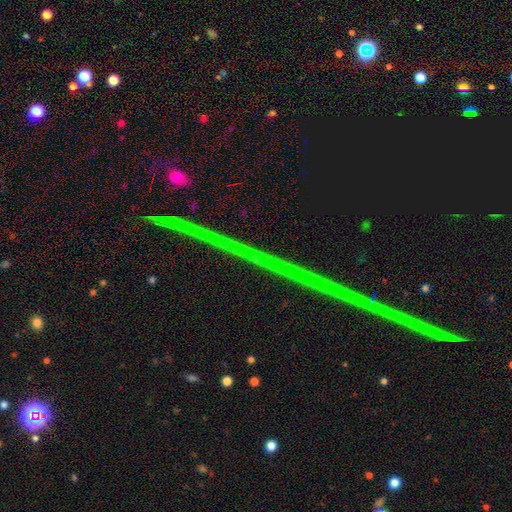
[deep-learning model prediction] The model was most divided on "smooth or featured": star or artifact: 86%, featured or disk: 9%, smooth: 5%.